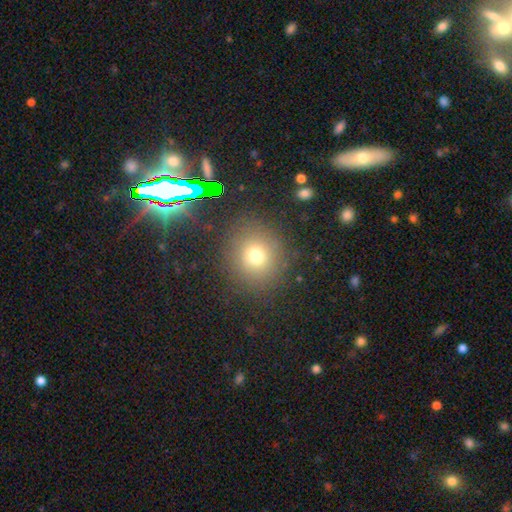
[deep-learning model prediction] smooth 71%, star or artifact 19%, featured or disk 10%. Down the decision tree: how rounded — round (88%); merging — none (86%).